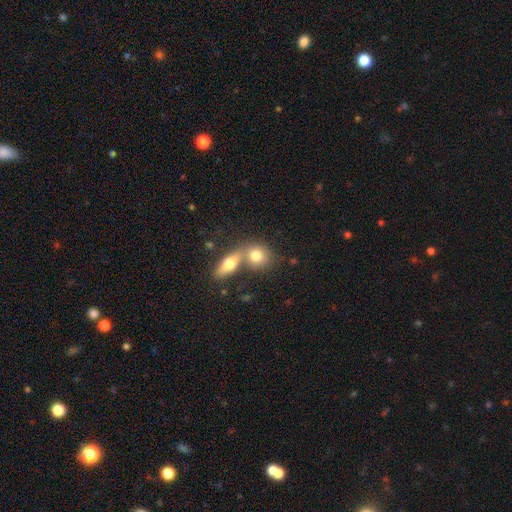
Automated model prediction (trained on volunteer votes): Smooth or featured: smooth — 76% (featured or disk — 17%)
How rounded: round — 55% (in between — 40%)
Merging: merger — 55% (none — 34%)